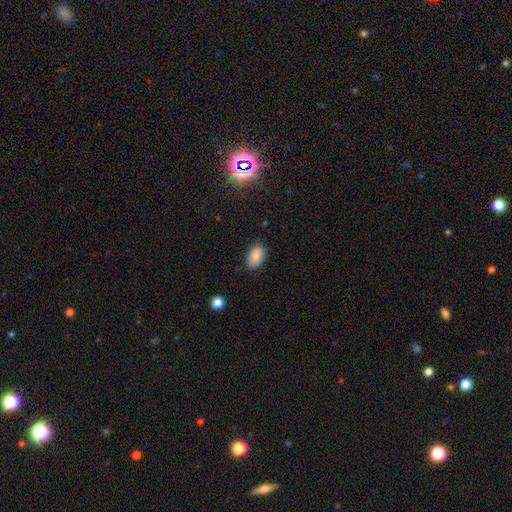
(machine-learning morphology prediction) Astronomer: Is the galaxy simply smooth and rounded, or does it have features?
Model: smooth — 84%.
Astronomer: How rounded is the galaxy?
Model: in between — 92%.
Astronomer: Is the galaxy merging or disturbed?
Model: none — 80%.